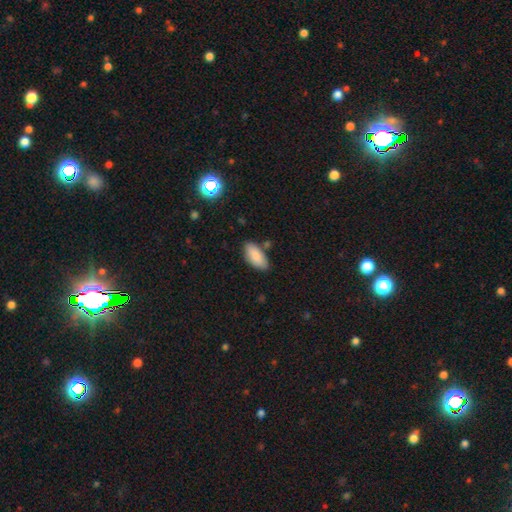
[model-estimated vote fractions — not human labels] Smooth or featured? Predicted: smooth (p=0.87). How rounded? Predicted: in between (p=0.91). Merging? Predicted: none (p=0.78).